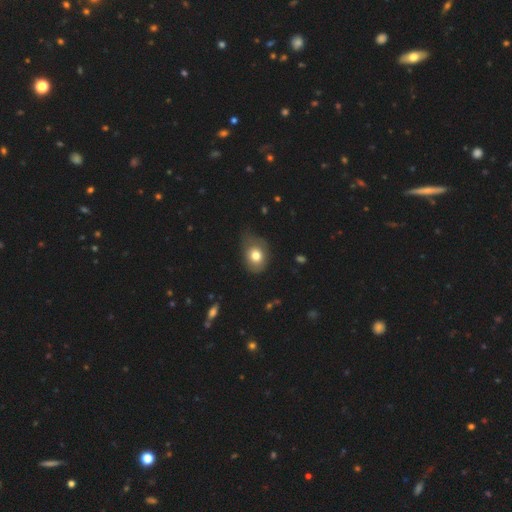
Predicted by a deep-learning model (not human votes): This is likely a smooth galaxy (74%). How rounded: likely in between (61%). Merging: possibly none (52%).